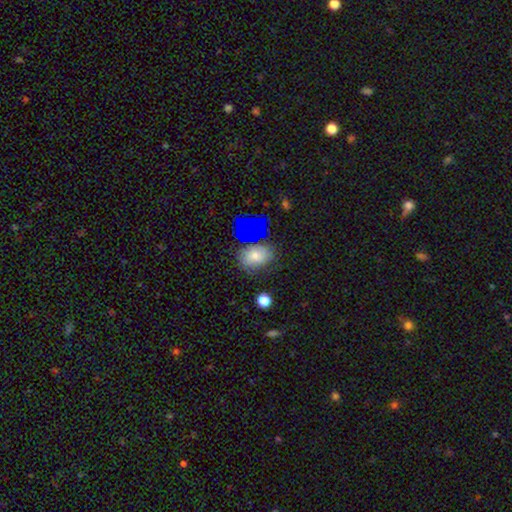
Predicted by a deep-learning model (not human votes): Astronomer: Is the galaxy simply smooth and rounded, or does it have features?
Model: smooth — 57%.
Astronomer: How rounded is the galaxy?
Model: in between — 69%.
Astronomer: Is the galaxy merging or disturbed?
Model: none — 65%.